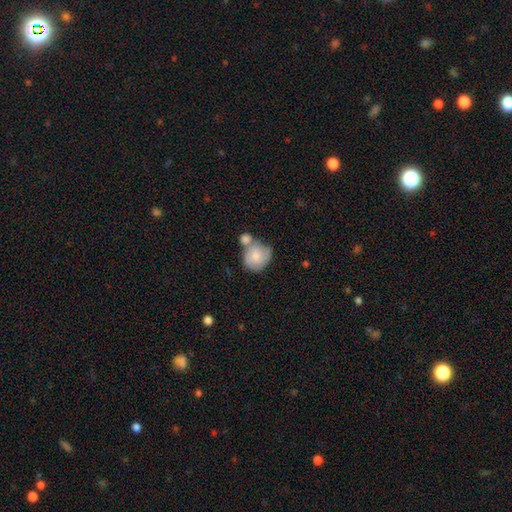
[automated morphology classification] A smooth galaxy with no disk features (72%) that is round (76%).

Vote fractions:
- Smooth or featured? smooth: 72% / featured or disk: 21% / star or artifact: 6%
- How rounded? round: 76% / in between: 24% / cigar-shaped: 1%
- Merging? merger: 43% / none: 33% / minor disturbance: 17% / major disturbance: 7%